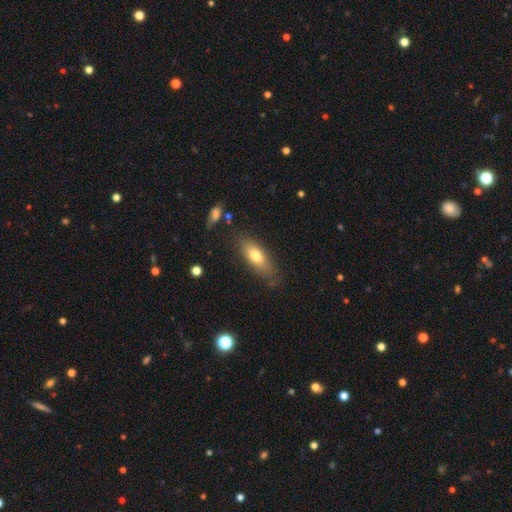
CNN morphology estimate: type=smooth (74%); roundness=in between (71%); merging=none (77%).